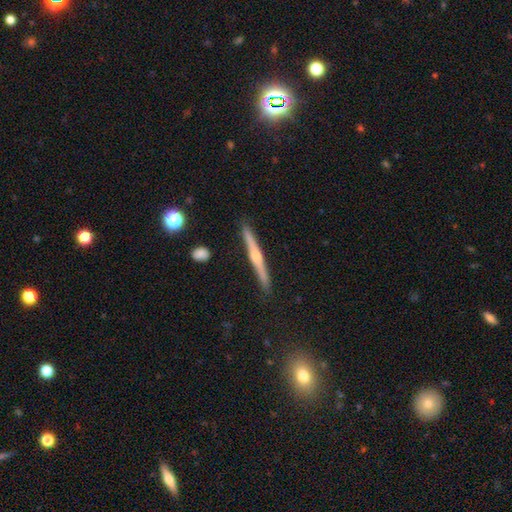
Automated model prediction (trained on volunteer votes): Smooth or featured?
  - featured or disk: 69% *
  - smooth: 24%
  - star or artifact: 7%
Edge-on disk?
  - yes: 98% *
  - no: 2%
Edge-on bulge?
  - rounded: 77% *
  - none: 14%
  - boxy: 9%
Merging?
  - none: 90% *
  - minor disturbance: 7%
  - major disturbance: 1%
  - merger: 1%